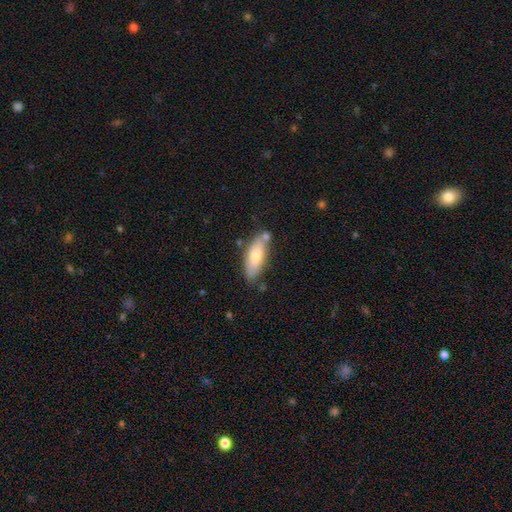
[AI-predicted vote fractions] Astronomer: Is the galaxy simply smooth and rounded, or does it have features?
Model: smooth — 72%.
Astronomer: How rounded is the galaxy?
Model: in between — 66%.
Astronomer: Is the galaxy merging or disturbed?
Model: none — 66%.